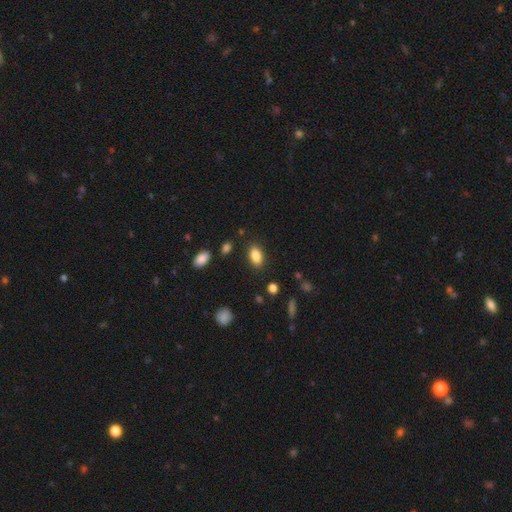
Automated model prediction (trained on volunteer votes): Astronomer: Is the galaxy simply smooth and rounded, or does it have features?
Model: smooth — 86%.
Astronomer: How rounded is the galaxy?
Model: in between — 90%.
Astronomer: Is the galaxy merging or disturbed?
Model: none — 85%.